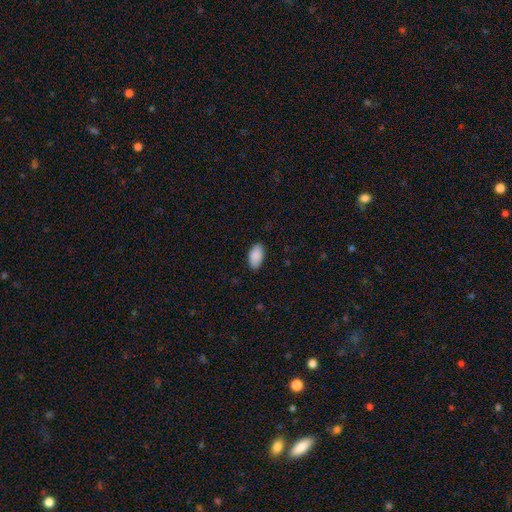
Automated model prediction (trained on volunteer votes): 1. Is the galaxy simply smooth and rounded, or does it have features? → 90% smooth, 6% star or artifact, 4% featured or disk.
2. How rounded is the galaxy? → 95% in between, 3% round, 2% cigar-shaped.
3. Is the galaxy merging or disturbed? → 85% none, 12% minor disturbance, 2% major disturbance, 1% merger.